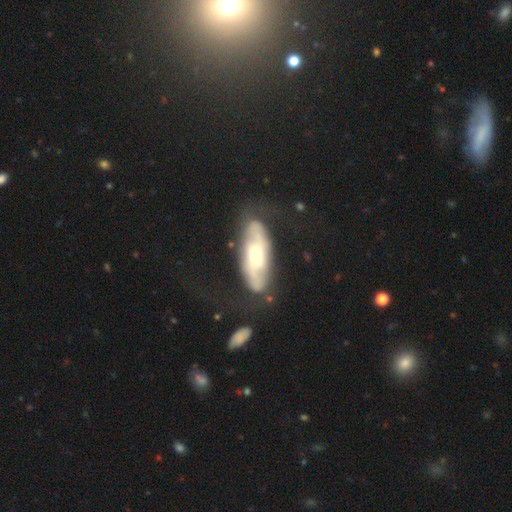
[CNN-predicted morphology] Q: Smooth or featured?
A: featured or disk (67%); runner-up: smooth (27%)
Q: Edge-on disk?
A: no (83%); runner-up: yes (17%)
Q: Bar?
A: no (52%); runner-up: weak (33%)
Q: Spiral arms?
A: yes (79%); runner-up: no (21%)
Q: Bulge size?
A: moderate (64%); runner-up: small (20%)
Q: Merging?
A: none (66%); runner-up: minor disturbance (19%)